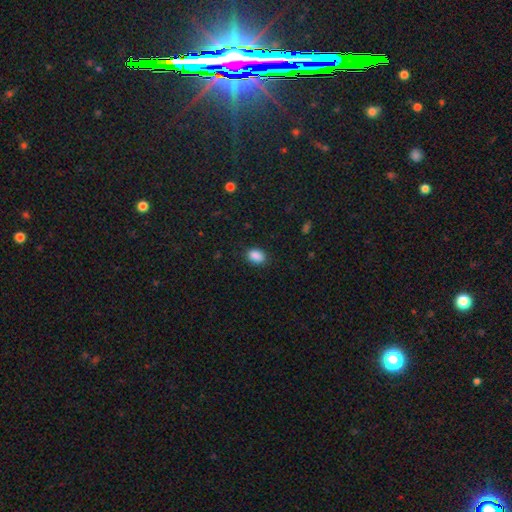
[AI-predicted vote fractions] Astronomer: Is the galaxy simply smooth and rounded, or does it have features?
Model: smooth — 88%.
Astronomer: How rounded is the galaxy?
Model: in between — 77%.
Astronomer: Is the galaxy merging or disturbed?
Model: none — 85%.